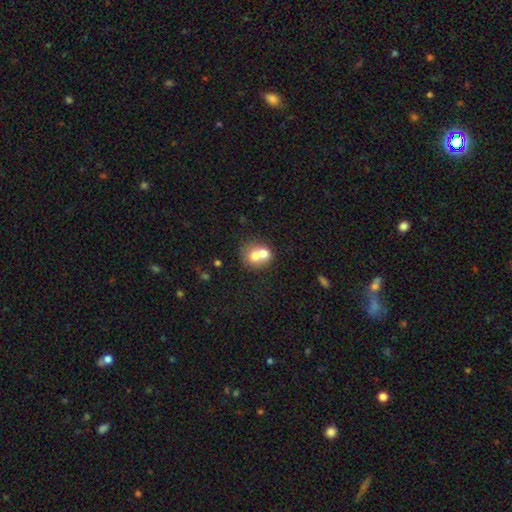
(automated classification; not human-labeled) Smooth or featured?
  - smooth: 65% *
  - featured or disk: 25%
  - star or artifact: 10%
How rounded?
  - round: 69% *
  - in between: 31%
  - cigar-shaped: 1%
Merging?
  - merger: 67% *
  - none: 24%
  - minor disturbance: 6%
  - major disturbance: 3%